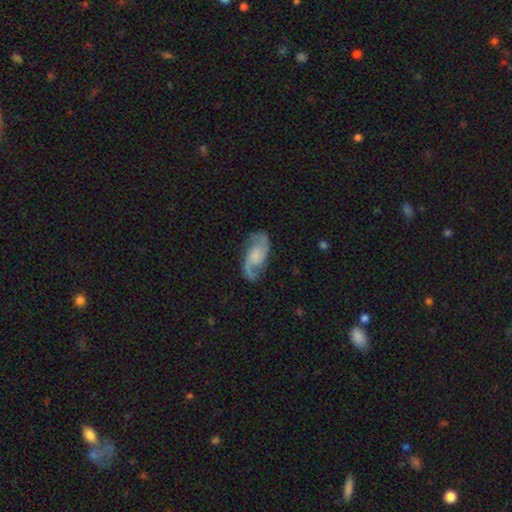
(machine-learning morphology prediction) Q: Smooth or featured?
A: featured or disk (87%); runner-up: smooth (8%)
Q: Edge-on disk?
A: no (97%); runner-up: yes (3%)
Q: Bar?
A: no (57%); runner-up: weak (34%)
Q: Spiral arms?
A: yes (97%); runner-up: no (3%)
Q: Spiral winding?
A: medium (48%); runner-up: loose (40%)
Q: Spiral arm count?
A: 2 (93%); runner-up: can't tell (2%)
Q: Bulge size?
A: none (35%); runner-up: small (26%)
Q: Merging?
A: none (79%); runner-up: minor disturbance (14%)